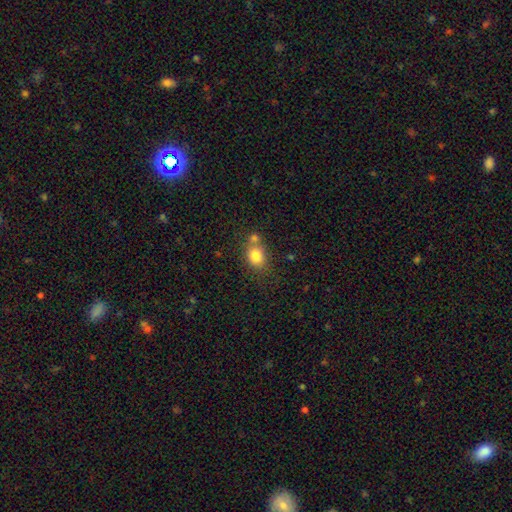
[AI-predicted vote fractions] A smooth galaxy with no disk features (81%) that is round (54%). Merging: none (51%).